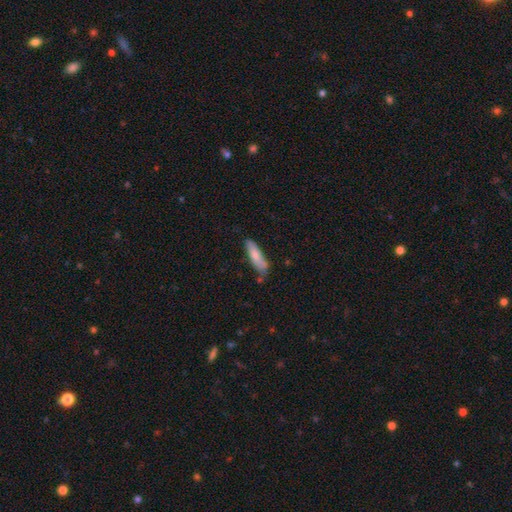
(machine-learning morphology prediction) type=smooth (78%); roundness=cigar-shaped (62%); merging=none (67%).